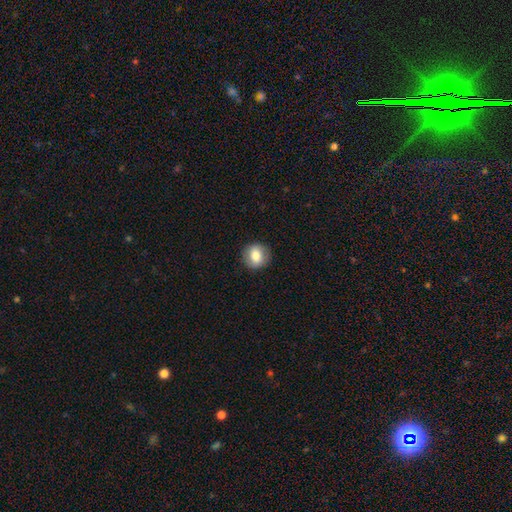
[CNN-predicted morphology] Overall: smooth (78%). How rounded: round (82%). Merging: none (88%).